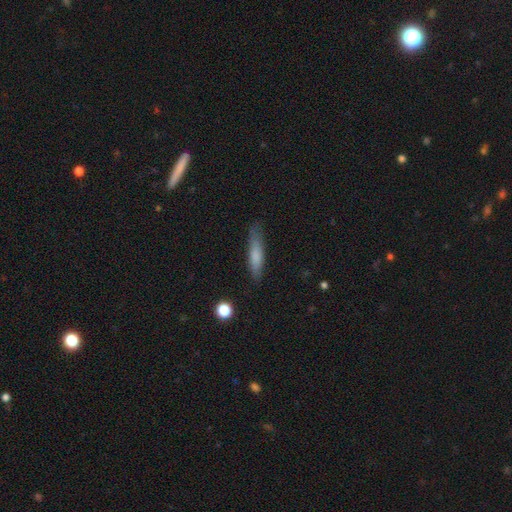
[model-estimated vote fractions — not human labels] The model was most divided on "smooth or featured": smooth: 73%, featured or disk: 20%, star or artifact: 7%. More confident: how rounded — cigar-shaped (79%); merging — none (78%).